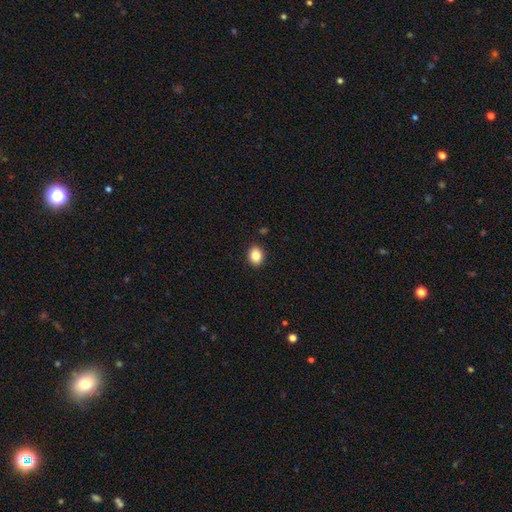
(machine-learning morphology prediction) Smooth or featured?
  - smooth: 85% *
  - star or artifact: 9%
  - featured or disk: 6%
How rounded?
  - round: 52% *
  - in between: 47%
  - cigar-shaped: 1%
Merging?
  - none: 90% *
  - minor disturbance: 7%
  - major disturbance: 2%
  - merger: 1%